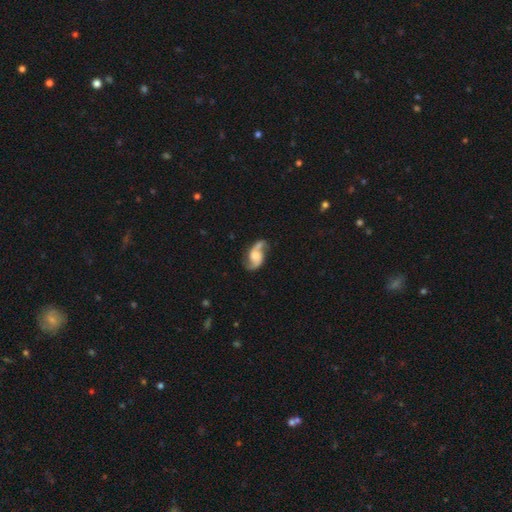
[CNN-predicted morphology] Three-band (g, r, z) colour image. It shows a featured or disk galaxy (85%) with no bar (55%), 2 (92%) loose (58%) spiral arms (96%) and a moderate central bulge (30%). Merging: none (70%).